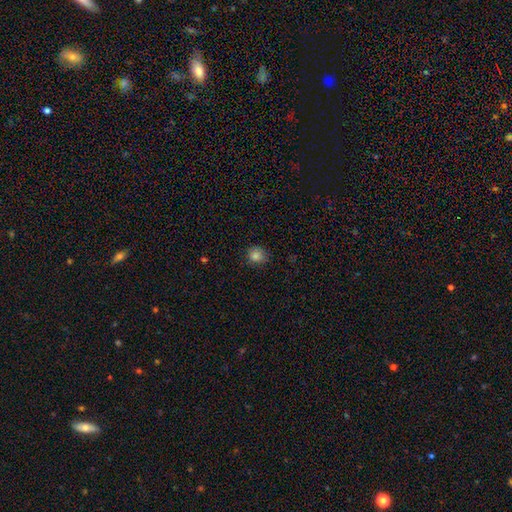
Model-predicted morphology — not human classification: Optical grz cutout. It shows a smooth galaxy with no disk features (83%) that is round (84%). Merging: none (83%).